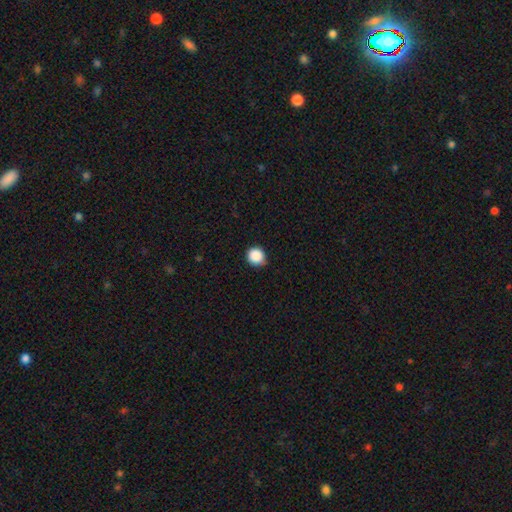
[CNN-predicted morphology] smooth_or_featured: smooth (p=0.89) [alt: star or artifact p=0.09]
how_rounded: round (p=0.92) [alt: in between p=0.07]
merging: none (p=0.84) [alt: minor disturbance p=0.13]